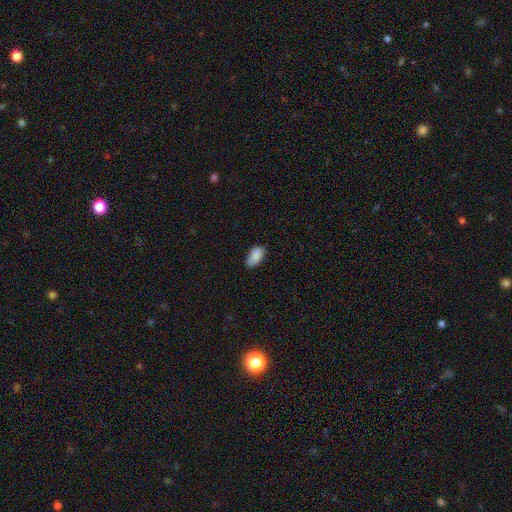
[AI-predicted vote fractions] Smooth or featured? smooth (86%)
How rounded? in between (94%)
Merging? none (75%)